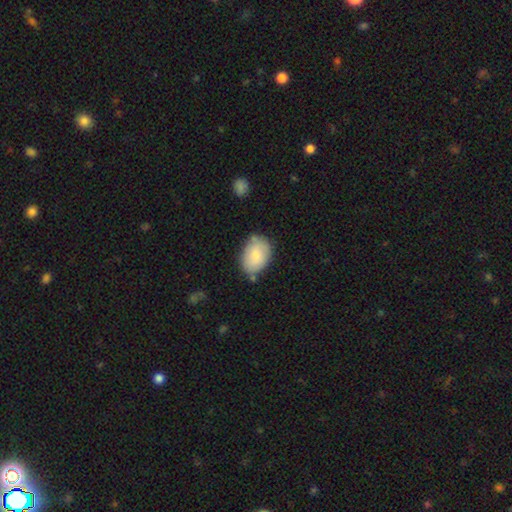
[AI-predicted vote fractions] This is likely a smooth galaxy (79%). How rounded: clearly in between (83%). Merging: likely none (67%).